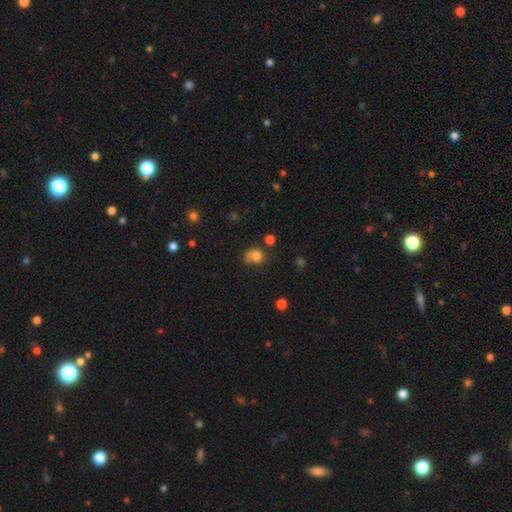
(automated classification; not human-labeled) Morphology: type=smooth (76%); roundness=round (66%); merging=none (44%).